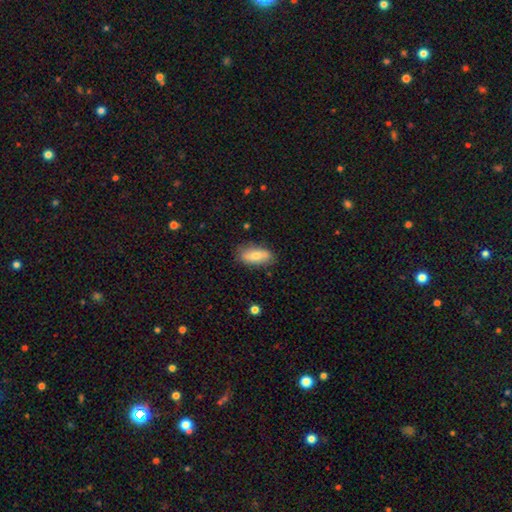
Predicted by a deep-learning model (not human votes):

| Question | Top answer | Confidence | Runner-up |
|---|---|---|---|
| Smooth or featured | smooth | 74% | featured or disk (20%) |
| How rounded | in between | 85% | cigar-shaped (12%) |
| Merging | none | 80% | minor disturbance (15%) |